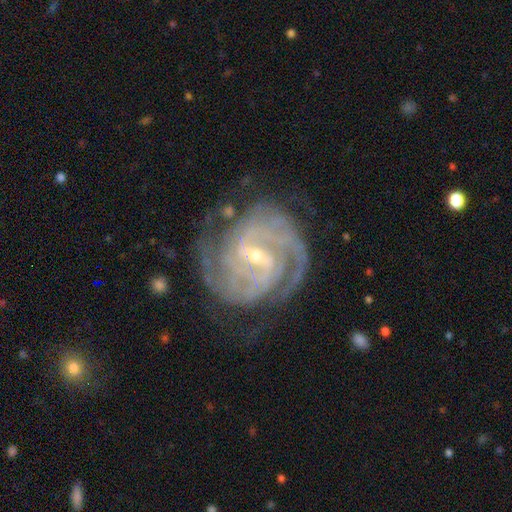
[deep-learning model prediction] A featured or disk galaxy (91%) with a weak bar (51%), 2 (31%) tight (68%) spiral arms (98%) and a small central bulge (67%).

Vote fractions:
- Smooth or featured? featured or disk: 91% / star or artifact: 5% / smooth: 4%
- Edge-on disk? no: 97% / yes: 3%
- Bar? weak: 51% / strong: 32% / no: 16%
- Spiral arms? yes: 98% / no: 2%
- Spiral winding? tight: 68% / medium: 28% / loose: 4%
- Spiral arm count? 2: 31% / 3: 23% / can't tell: 18% / 4: 15% / more than 4: 6% / 1: 6%
- Bulge size? small: 67% / moderate: 30% / large: 1% / none: 1% / dominant: 1%
- Merging? none: 72% / minor disturbance: 18% / major disturbance: 9% / merger: 1%